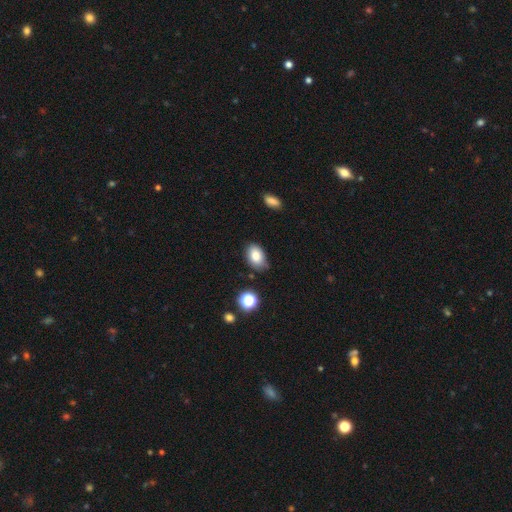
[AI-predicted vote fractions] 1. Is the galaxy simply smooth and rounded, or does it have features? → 82% smooth, 10% star or artifact, 9% featured or disk.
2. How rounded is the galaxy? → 86% in between, 13% round, 1% cigar-shaped.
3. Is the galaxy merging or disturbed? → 73% none, 20% minor disturbance, 3% major disturbance, 3% merger.